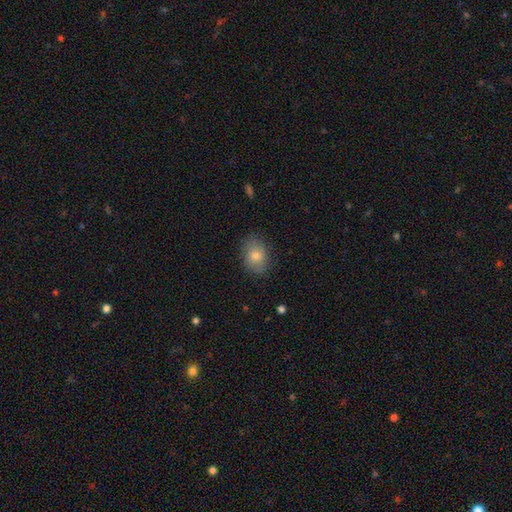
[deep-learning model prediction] Smooth or featured? smooth (76%)
How rounded? in between (65%)
Merging? none (80%)